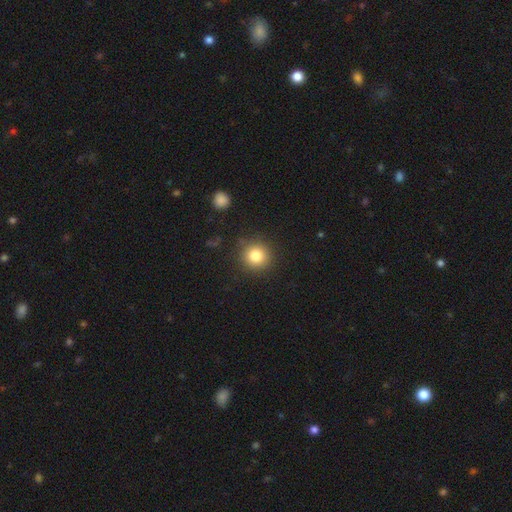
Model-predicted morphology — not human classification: smooth_or_featured: smooth (p=0.81) [alt: star or artifact p=0.11]
how_rounded: round (p=0.92) [alt: in between p=0.07]
merging: none (p=0.87) [alt: minor disturbance p=0.08]